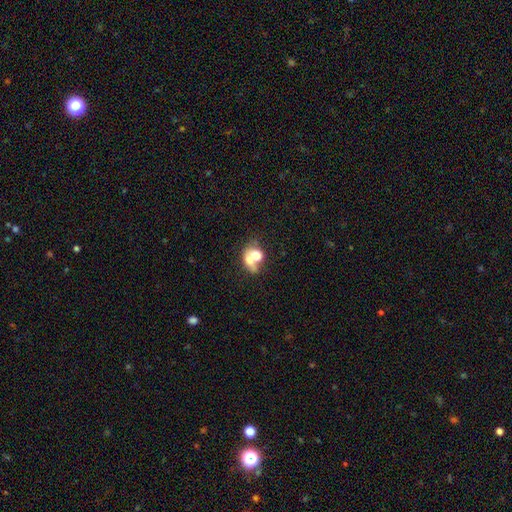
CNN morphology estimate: Smooth or featured? smooth (63%)
How rounded? round (50%)
Merging? merger (65%)